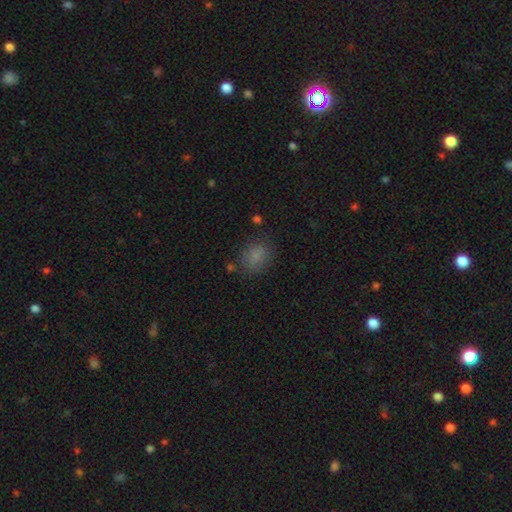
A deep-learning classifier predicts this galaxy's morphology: smooth 80%, star or artifact 14%, featured or disk 6%. Down the decision tree: how rounded — in between (54%); merging — none (78%).